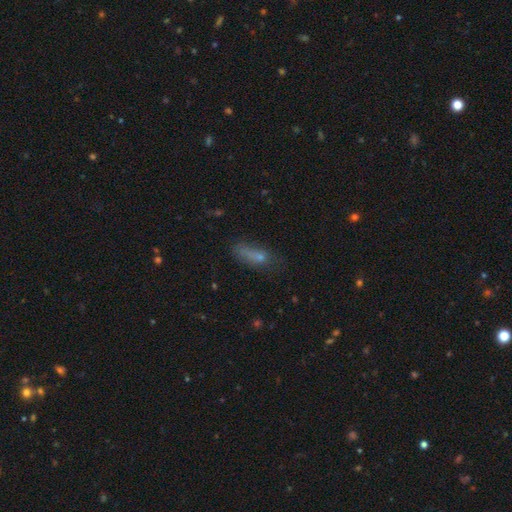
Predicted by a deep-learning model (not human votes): The model was most divided on "how rounded": in between: 52%, cigar-shaped: 43%, round: 5%. Remaining: smooth or featured — smooth (64%); merging — none (43%).